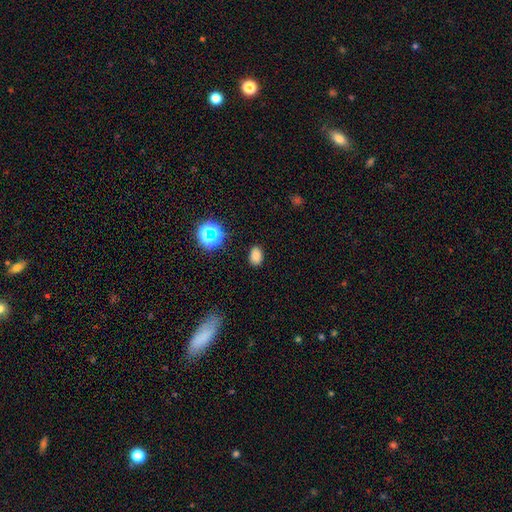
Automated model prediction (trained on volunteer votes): Q: Smooth or featured?
A: smooth (79%); runner-up: star or artifact (16%)
Q: How rounded?
A: in between (83%); runner-up: round (16%)
Q: Merging?
A: none (86%); runner-up: minor disturbance (9%)